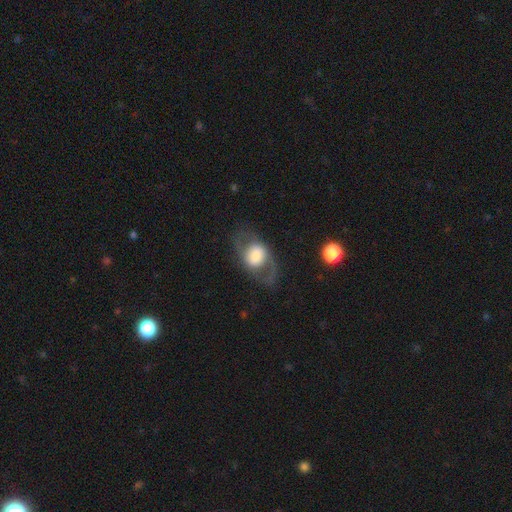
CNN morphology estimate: This is possibly a featured or disk galaxy (55%). It is clearly not viewed edge-on (91%). Merging: likely none (69%).